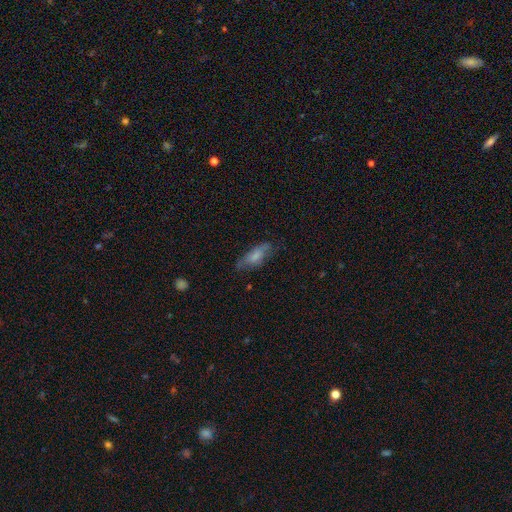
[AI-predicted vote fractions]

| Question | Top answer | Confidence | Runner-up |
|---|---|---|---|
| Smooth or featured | smooth | 68% | featured or disk (25%) |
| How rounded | in between | 76% | cigar-shaped (22%) |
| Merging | none | 61% | minor disturbance (27%) |